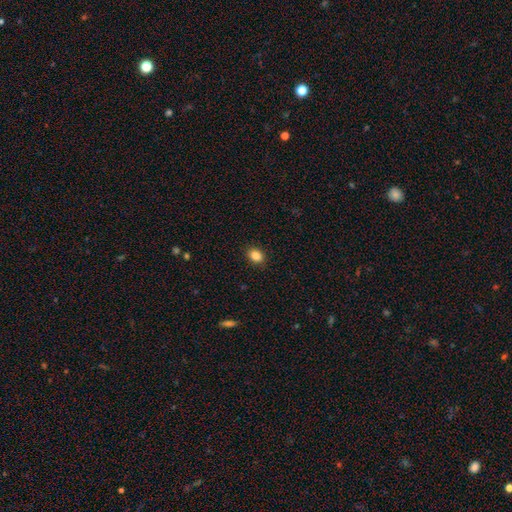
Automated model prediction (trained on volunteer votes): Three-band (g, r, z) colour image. It shows a smooth galaxy with no disk features (86%) that is in between round and cigar-shaped (60%). Merging: none (89%).